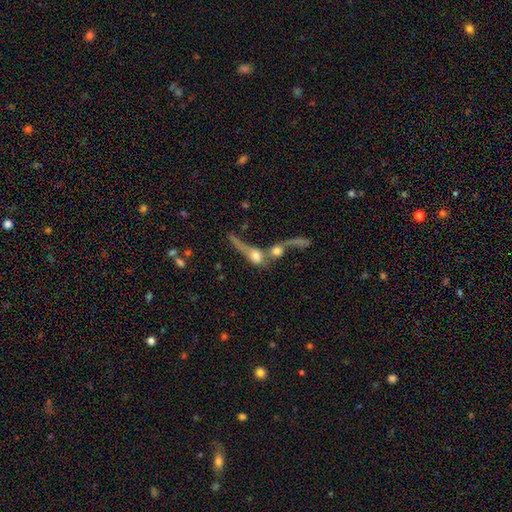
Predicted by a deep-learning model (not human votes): This appears to be a smooth galaxy with no disk features (51%) that is round (41%). Merging: merger (73%).